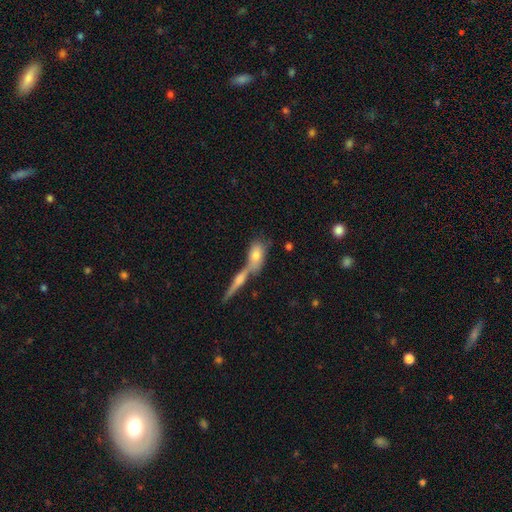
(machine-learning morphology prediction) smooth_or_featured: featured or disk (p=0.41) [alt: smooth p=0.40]
merging: merger (p=0.41) [alt: none p=0.40]